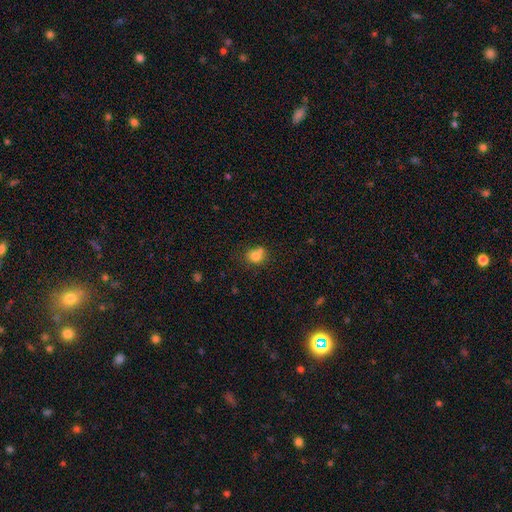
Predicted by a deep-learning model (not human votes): Smooth or featured? smooth (78%)
How rounded? round (74%)
Merging? none (50%)